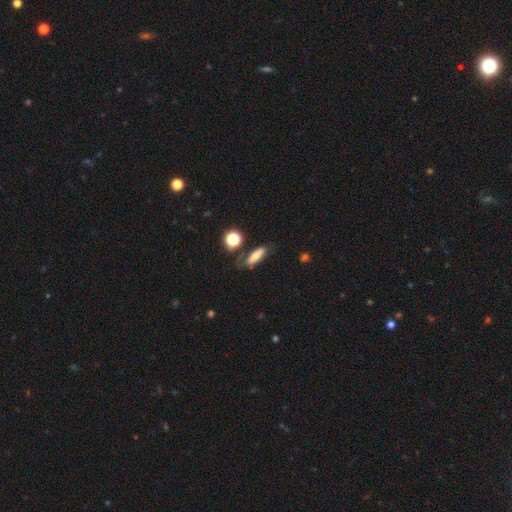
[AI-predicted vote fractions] smooth-or-featured: smooth: 64% | featured or disk: 25% | star or artifact: 12%
  how-rounded: cigar-shaped: 46% (tied) | in between: 46% (tied) | round: 7%
  merging: none: 61% | minor disturbance: 23% | major disturbance: 10% | merger: 6%